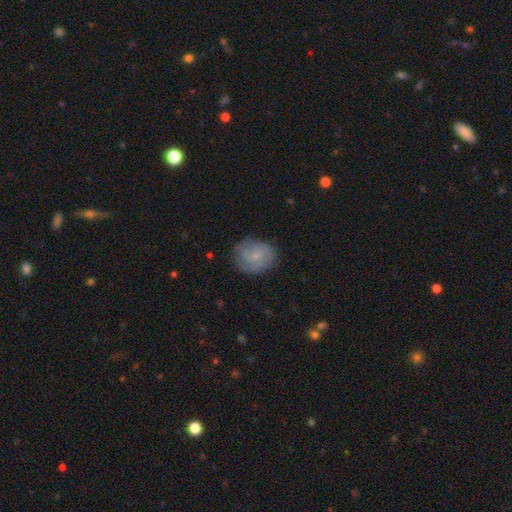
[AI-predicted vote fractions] Q: Smooth or featured?
A: smooth (56%); runner-up: featured or disk (36%)
Q: How rounded?
A: round (60%); runner-up: in between (39%)
Q: Merging?
A: none (69%); runner-up: minor disturbance (22%)